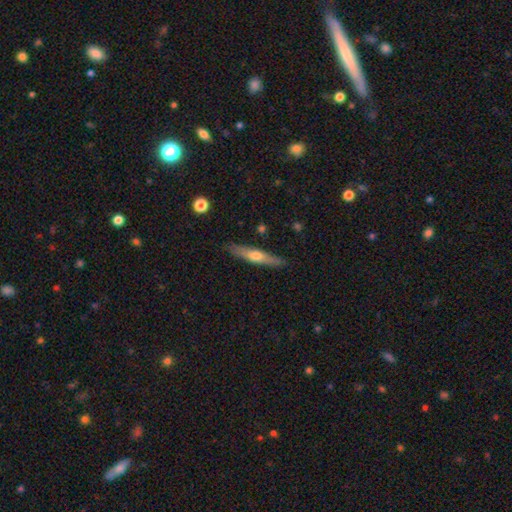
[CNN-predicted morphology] This appears to be a featured or disk galaxy (53%) viewed edge-on (92%). Merging: none (87%).